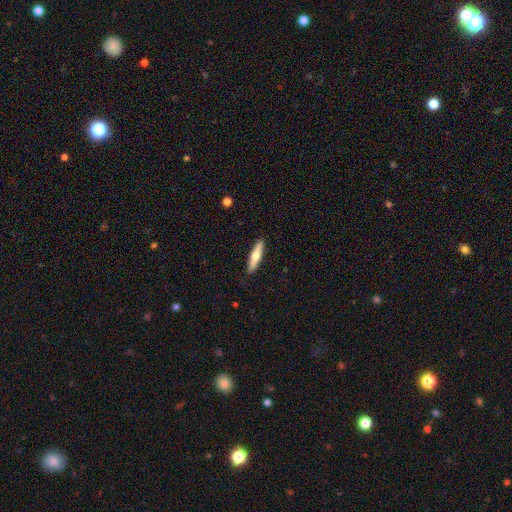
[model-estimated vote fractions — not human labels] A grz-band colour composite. It shows a smooth galaxy with no disk features (57%) that is cigar-shaped (82%). Merging: none (90%).